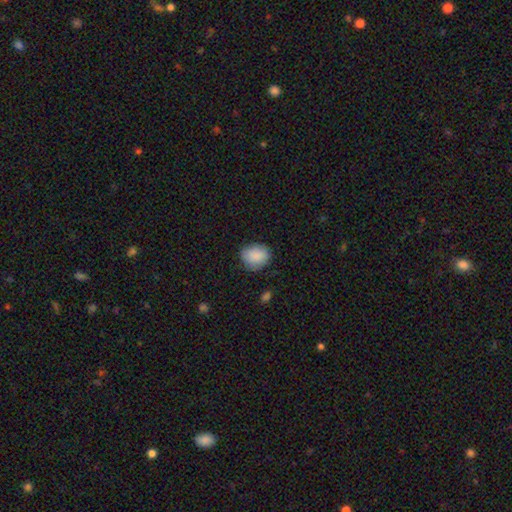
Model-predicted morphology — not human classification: Q: Smooth or featured?
A: smooth (88%); runner-up: star or artifact (7%)
Q: How rounded?
A: round (53%); runner-up: in between (46%)
Q: Merging?
A: none (77%); runner-up: minor disturbance (18%)